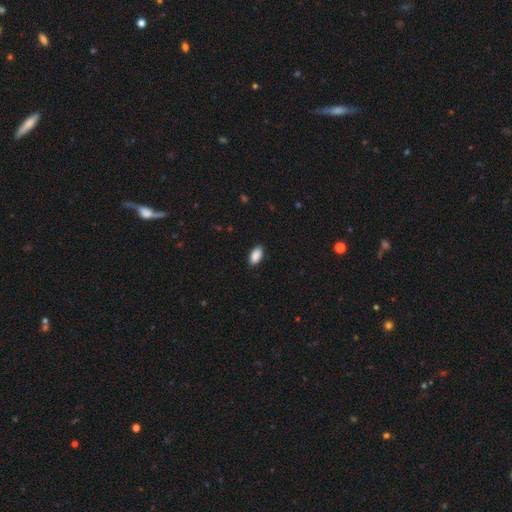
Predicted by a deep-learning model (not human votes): Q: Smooth or featured?
A: smooth (90%); runner-up: star or artifact (7%)
Q: How rounded?
A: in between (94%); runner-up: cigar-shaped (3%)
Q: Merging?
A: none (86%); runner-up: minor disturbance (11%)